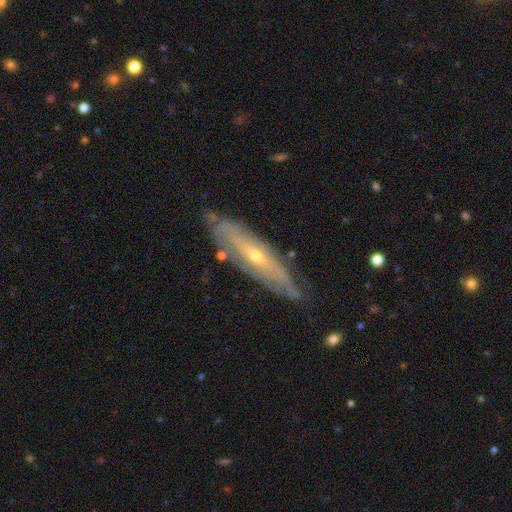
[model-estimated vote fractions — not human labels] Smooth or featured? Predicted: featured or disk (p=0.77). Edge-on disk? Predicted: no (p=0.58). Merging? Predicted: none (p=0.76).